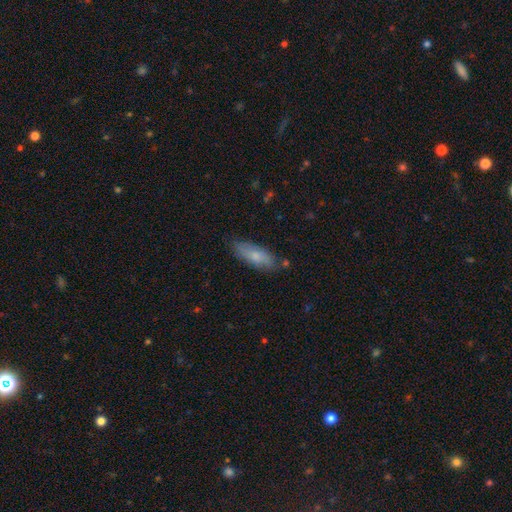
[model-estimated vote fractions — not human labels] Smooth or featured?
  - smooth: 72% *
  - featured or disk: 22%
  - star or artifact: 6%
How rounded?
  - in between: 66% *
  - cigar-shaped: 32%
  - round: 2%
Merging?
  - none: 77% *
  - minor disturbance: 17%
  - major disturbance: 3%
  - merger: 2%